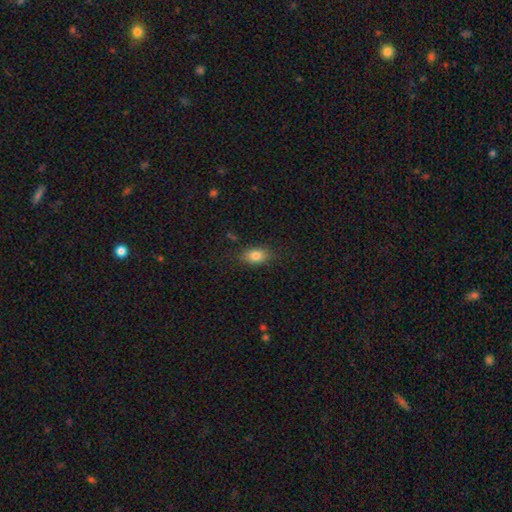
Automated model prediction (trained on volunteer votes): smooth_or_featured: smooth (p=0.82) [alt: star or artifact p=0.09]
how_rounded: in between (p=0.83) [alt: round p=0.14]
merging: none (p=0.81) [alt: minor disturbance p=0.14]